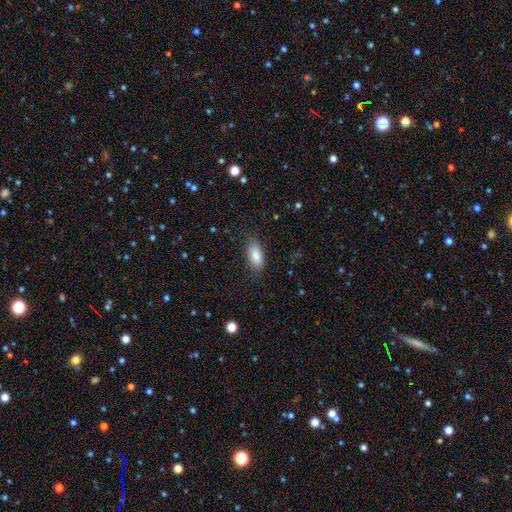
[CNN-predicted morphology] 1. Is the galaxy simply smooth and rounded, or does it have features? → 83% smooth, 9% featured or disk, 7% star or artifact.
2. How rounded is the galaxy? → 88% in between, 9% cigar-shaped, 3% round.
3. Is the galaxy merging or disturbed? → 80% none, 15% minor disturbance, 4% major disturbance, 1% merger.